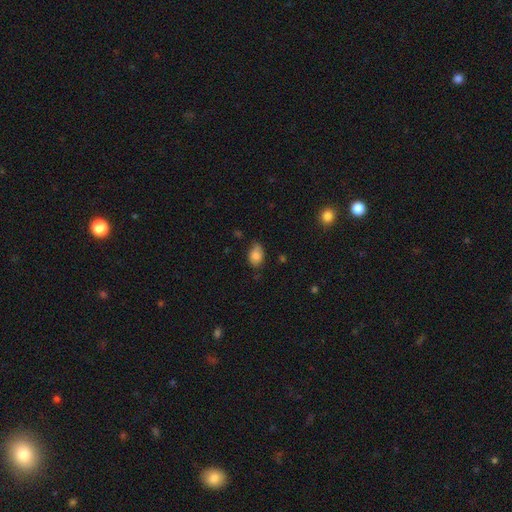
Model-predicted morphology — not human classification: smooth-or-featured: smooth: 82% | featured or disk: 9% | star or artifact: 9%
  how-rounded: in between: 82% | round: 17% | cigar-shaped: 1%
  merging: none: 59% | minor disturbance: 32% | major disturbance: 6% | merger: 2%